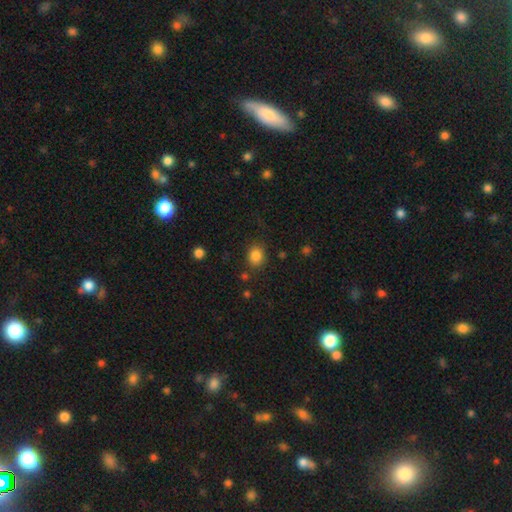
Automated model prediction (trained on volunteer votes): Smooth or featured? smooth (84%)
How rounded? round (66%)
Merging? none (82%)